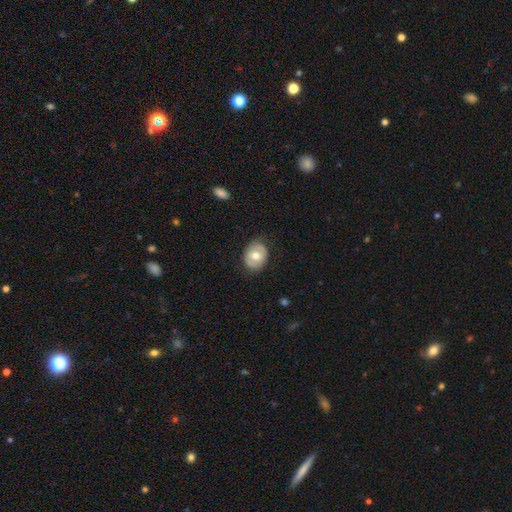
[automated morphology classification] Smooth or featured?
  - smooth: 61% *
  - featured or disk: 32%
  - star or artifact: 7%
How rounded?
  - in between: 54% *
  - round: 45%
  - cigar-shaped: 1%
Merging?
  - none: 79% *
  - minor disturbance: 16%
  - major disturbance: 4%
  - merger: 1%